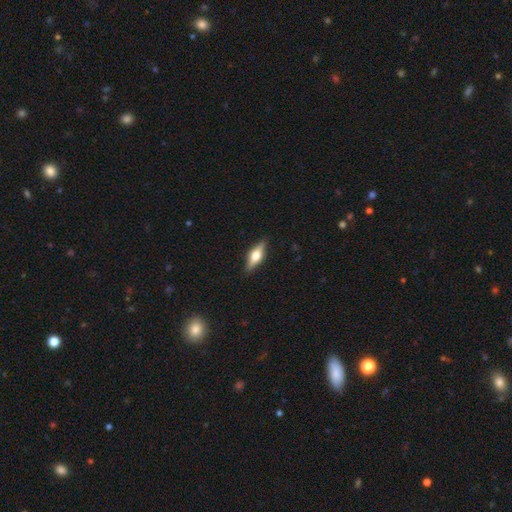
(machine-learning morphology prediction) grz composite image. It shows a featured or disk galaxy (60%) viewed edge-on (95%) with a rounded central bulge (94%). Merging: none (89%).